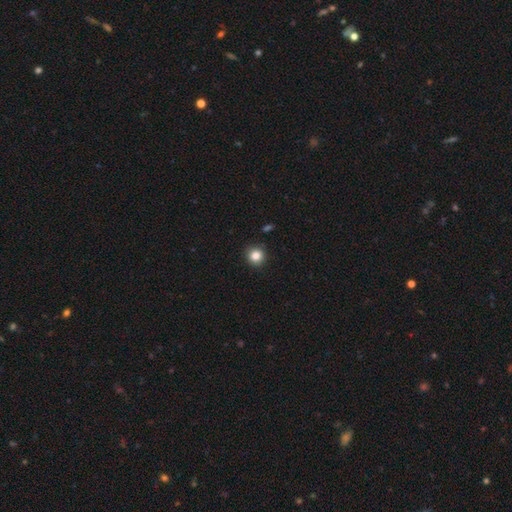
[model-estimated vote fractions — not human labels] A smooth galaxy with no disk features (84%) that is round (91%). Merging: none (91%).